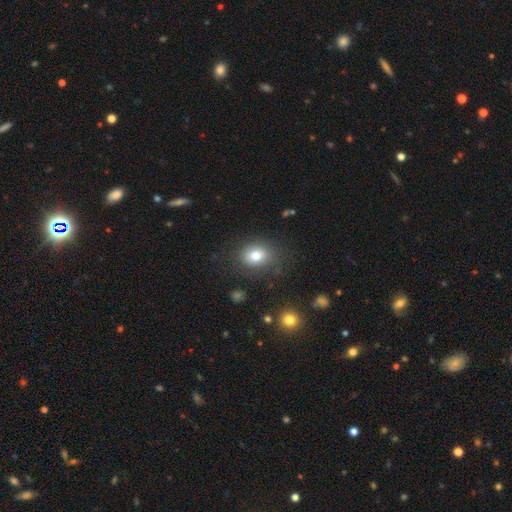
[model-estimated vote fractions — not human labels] A smooth galaxy with no disk features (79%) that is in between round and cigar-shaped (54%). Merging: none (75%).